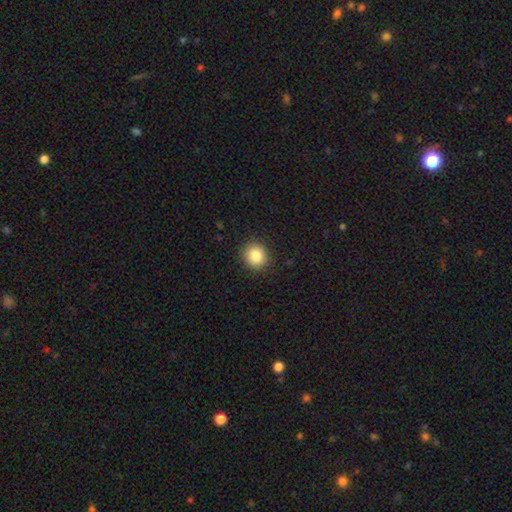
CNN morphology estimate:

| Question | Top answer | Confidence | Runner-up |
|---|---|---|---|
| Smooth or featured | smooth | 85% | star or artifact (10%) |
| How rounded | round | 87% | in between (13%) |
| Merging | none | 90% | minor disturbance (7%) |